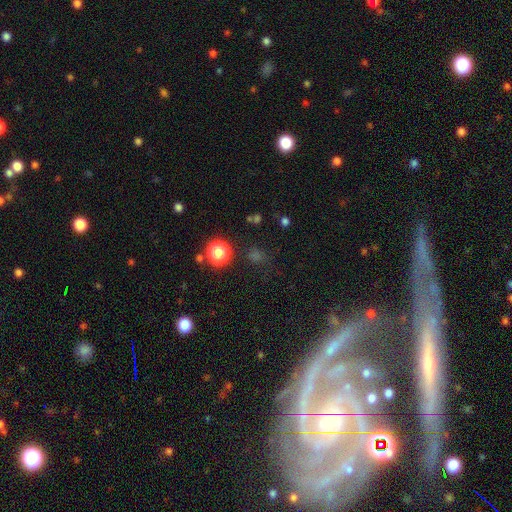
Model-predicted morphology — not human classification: Q: Smooth or featured?
A: star or artifact (48%); runner-up: smooth (43%)